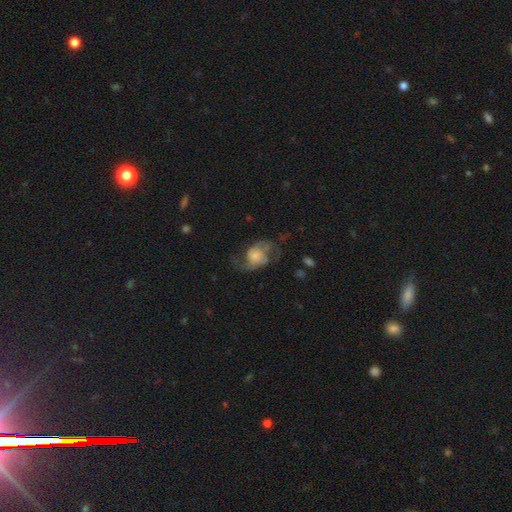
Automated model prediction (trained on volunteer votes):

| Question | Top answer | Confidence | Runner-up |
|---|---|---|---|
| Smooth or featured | featured or disk | 55% | smooth (37%) |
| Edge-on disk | no | 96% | yes (4%) |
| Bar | no | 74% | weak (22%) |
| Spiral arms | yes | 77% | no (23%) |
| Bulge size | small | 29% | moderate (25%) |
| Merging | none | 41% | major disturbance (33%) |